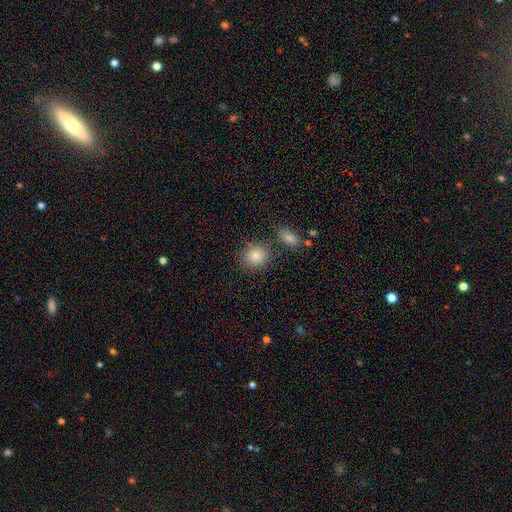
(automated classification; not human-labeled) Smooth or featured: smooth — 86% (star or artifact — 8%)
How rounded: round — 70% (in between — 28%)
Merging: none — 76% (minor disturbance — 11%)